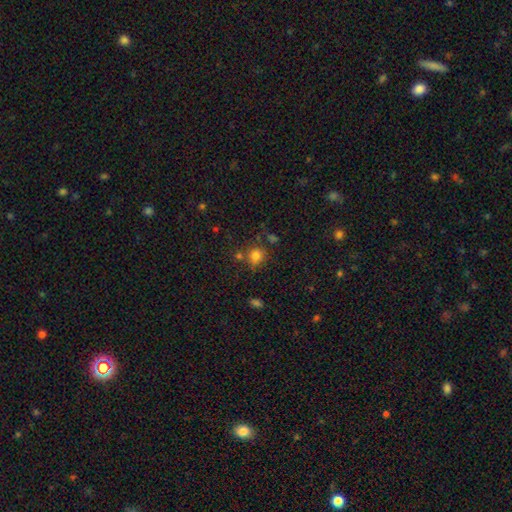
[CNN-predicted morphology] smooth_or_featured: smooth (p=0.77) [alt: star or artifact p=0.15]
how_rounded: round (p=0.85) [alt: in between p=0.14]
merging: none (p=0.71) [alt: minor disturbance p=0.12]